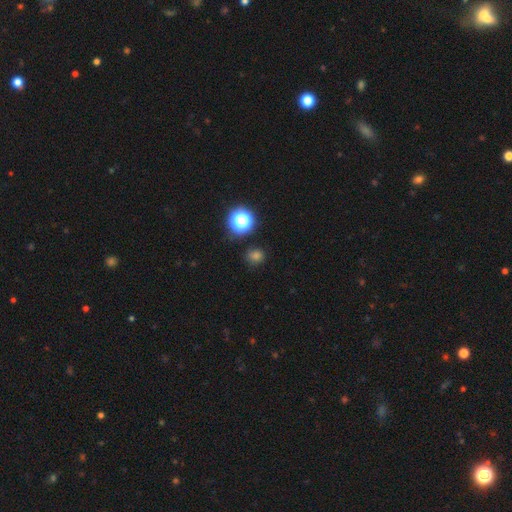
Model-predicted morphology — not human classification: A smooth galaxy with no disk features (65%) that is round (82%).

Vote fractions:
- Smooth or featured? smooth: 65% / star or artifact: 30% / featured or disk: 5%
- How rounded? round: 82% / in between: 17% / cigar-shaped: 1%
- Merging? none: 86% / minor disturbance: 8% / merger: 3% / major disturbance: 3%